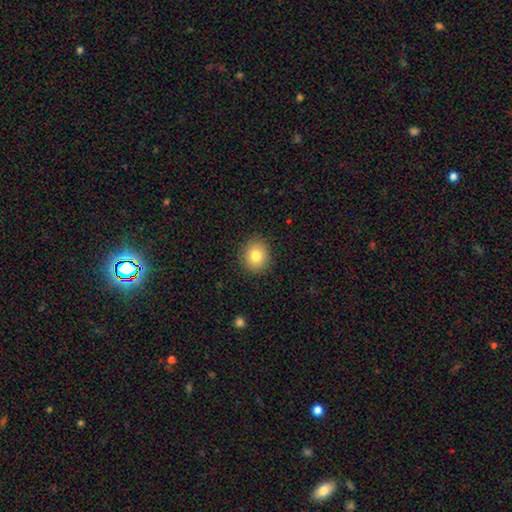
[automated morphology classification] This appears to be a smooth galaxy with no disk features (81%) that is round (77%). Merging: none (90%).